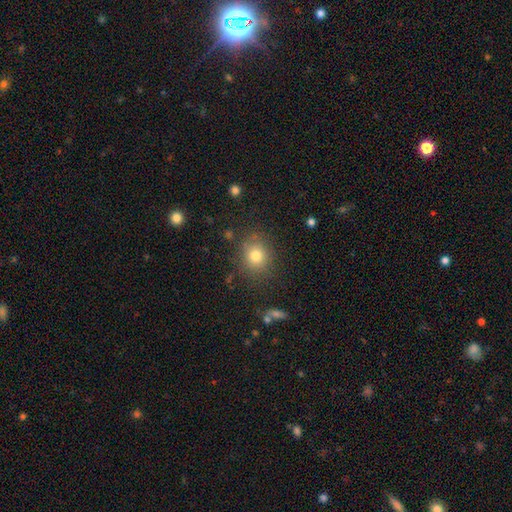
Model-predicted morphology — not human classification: Smooth or featured?
  - smooth: 78% *
  - star or artifact: 13%
  - featured or disk: 9%
How rounded?
  - round: 80% *
  - in between: 19%
  - cigar-shaped: 1%
Merging?
  - none: 84% *
  - minor disturbance: 10%
  - major disturbance: 4%
  - merger: 2%